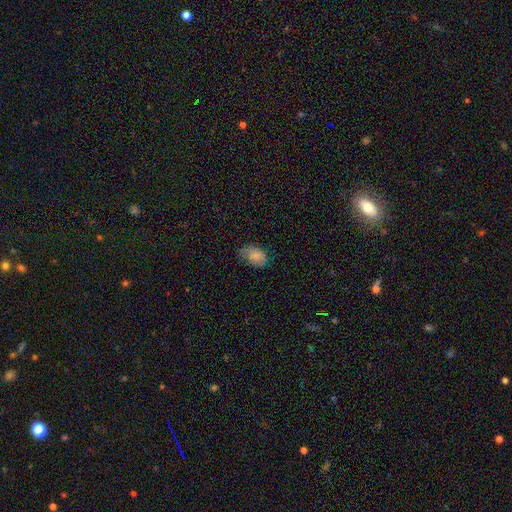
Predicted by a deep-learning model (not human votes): A smooth galaxy with no disk features (77%) that is in between round and cigar-shaped (82%). Merging: none (51%).